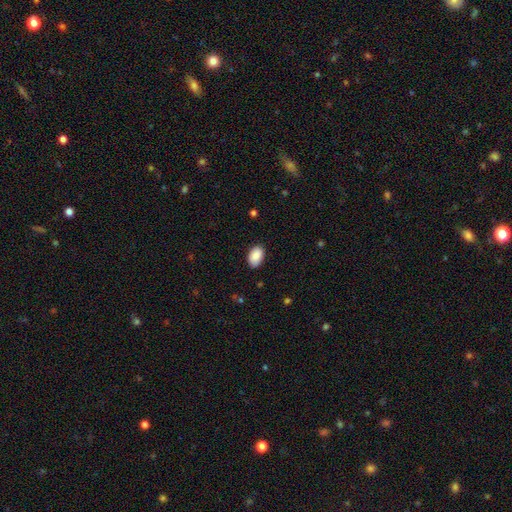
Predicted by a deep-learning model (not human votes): smooth_or_featured: smooth (p=0.87) [alt: star or artifact p=0.07]
how_rounded: in between (p=0.91) [alt: round p=0.08]
merging: none (p=0.85) [alt: minor disturbance p=0.12]